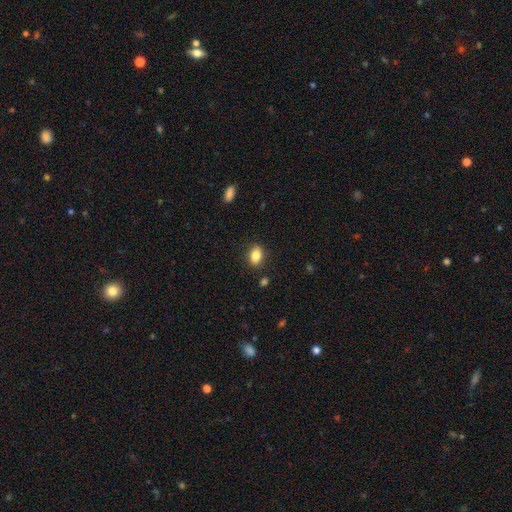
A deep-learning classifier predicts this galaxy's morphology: Smooth or featured? smooth (85%)
How rounded? in between (82%)
Merging? none (86%)